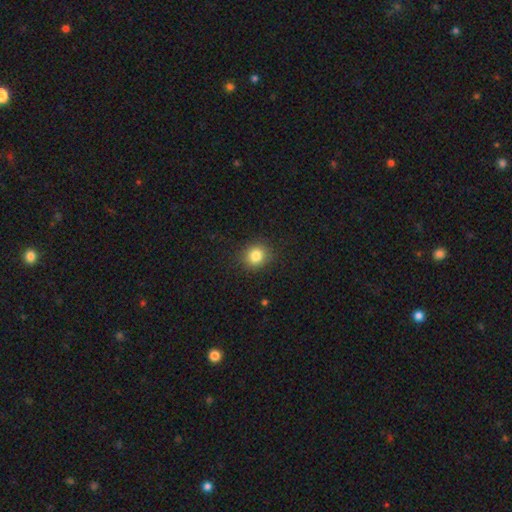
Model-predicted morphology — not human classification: smooth-or-featured: smooth: 84% | star or artifact: 11% | featured or disk: 5%
  how-rounded: round: 80% | in between: 19% | cigar-shaped: 1%
  merging: none: 88% | minor disturbance: 8% | major disturbance: 3% | merger: 1%